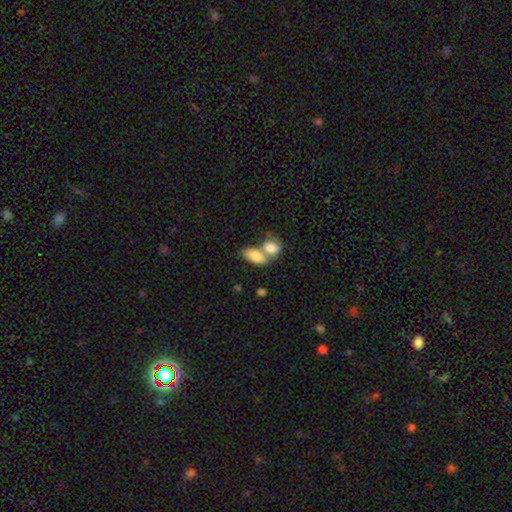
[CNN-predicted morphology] Smooth or featured?
  - smooth: 82% *
  - featured or disk: 12%
  - star or artifact: 6%
How rounded?
  - in between: 89% *
  - round: 7%
  - cigar-shaped: 4%
Merging?
  - merger: 63% *
  - none: 25%
  - minor disturbance: 8%
  - major disturbance: 4%